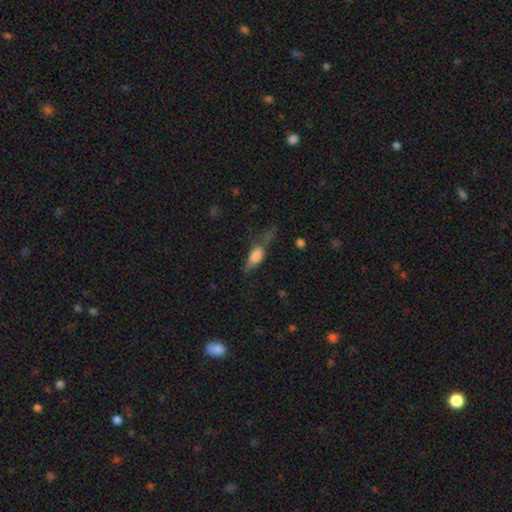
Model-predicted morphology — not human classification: Q: Smooth or featured?
A: smooth (72%); runner-up: featured or disk (19%)
Q: How rounded?
A: in between (73%); runner-up: cigar-shaped (22%)
Q: Merging?
A: none (35%); runner-up: minor disturbance (30%)